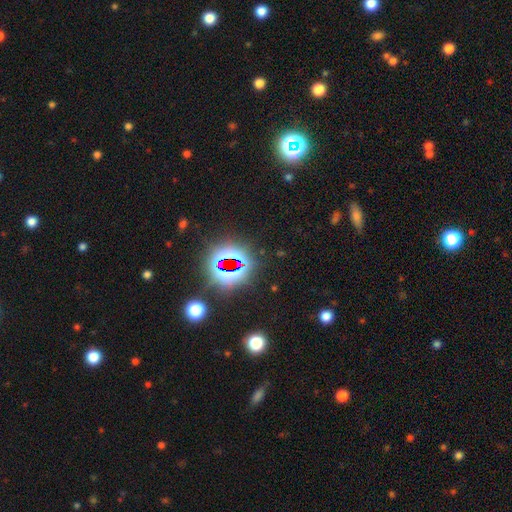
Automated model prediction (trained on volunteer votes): Smooth or featured: star or artifact — 76% (smooth — 15%)